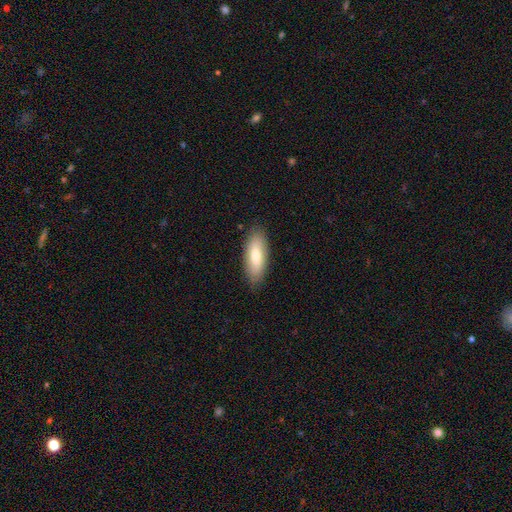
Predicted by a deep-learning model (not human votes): Q: Smooth or featured?
A: smooth (77%); runner-up: featured or disk (17%)
Q: How rounded?
A: in between (72%); runner-up: cigar-shaped (26%)
Q: Merging?
A: none (86%); runner-up: minor disturbance (11%)